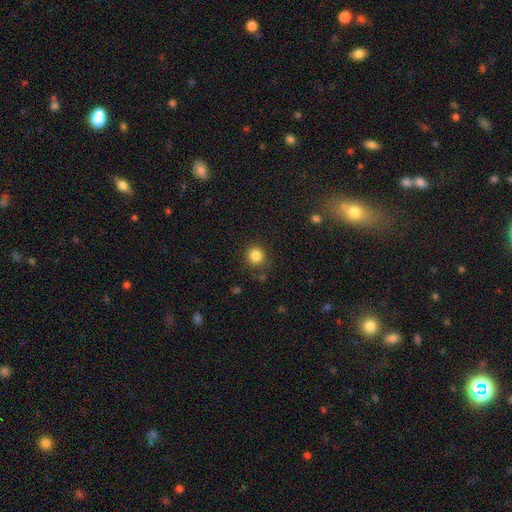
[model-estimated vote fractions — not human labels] smooth 84%, star or artifact 11%, featured or disk 4%. Down the decision tree: how rounded — round (92%); merging — none (86%).